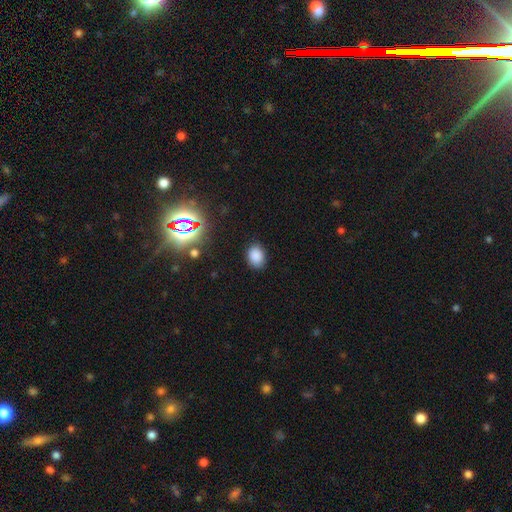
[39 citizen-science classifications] smooth 90%, featured or disk 8%, star or artifact 3%. Down the decision tree: how rounded — in between (80%); merging — none (92%).